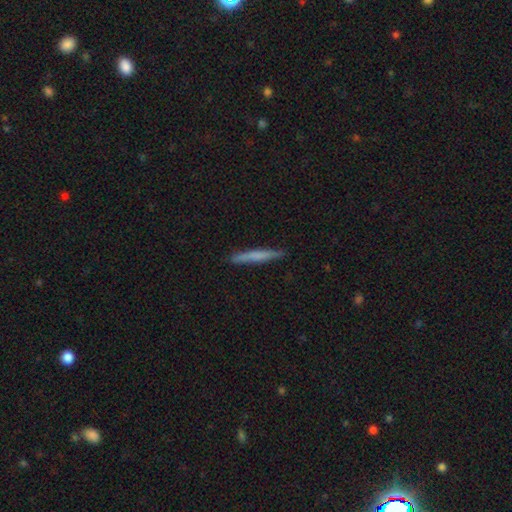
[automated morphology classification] Overall: smooth (62%; featured or disk 32%). How rounded: cigar-shaped (96%). Merging: none (89%).